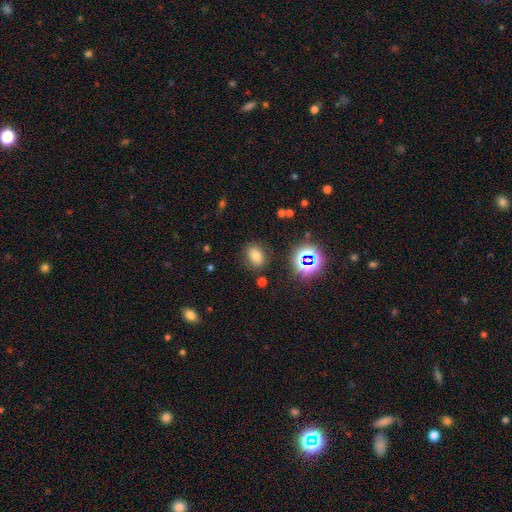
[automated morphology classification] This is likely a smooth galaxy (70%). How rounded: likely in between (69%). Merging: clearly none (82%).